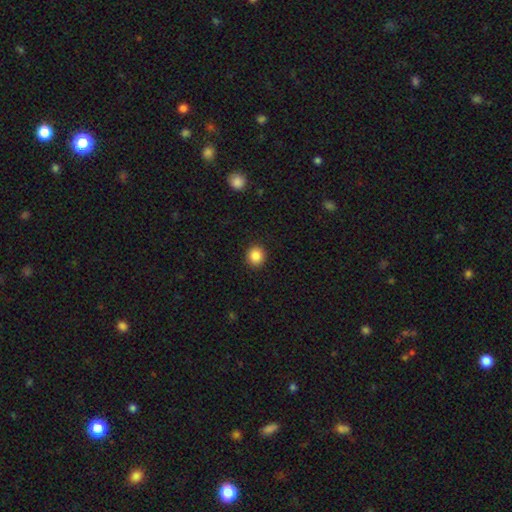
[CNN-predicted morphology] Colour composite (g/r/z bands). It shows a smooth galaxy with no disk features (86%) that is round (88%). Merging: none (92%).